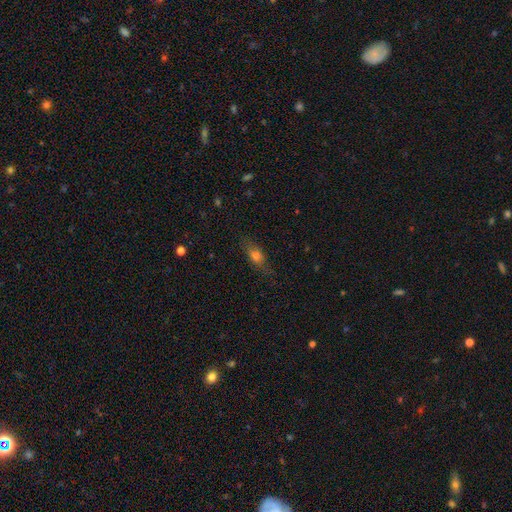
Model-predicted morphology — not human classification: type=smooth (64%); roundness=in between (61%); merging=none (76%).